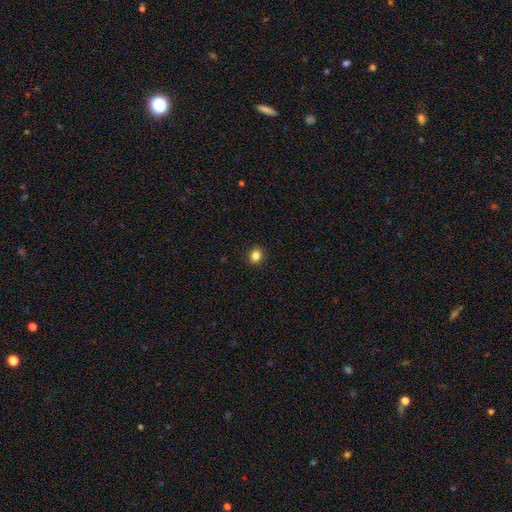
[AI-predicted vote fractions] Q: Smooth or featured?
A: smooth (85%); runner-up: star or artifact (11%)
Q: How rounded?
A: round (68%); runner-up: in between (31%)
Q: Merging?
A: none (92%); runner-up: minor disturbance (6%)